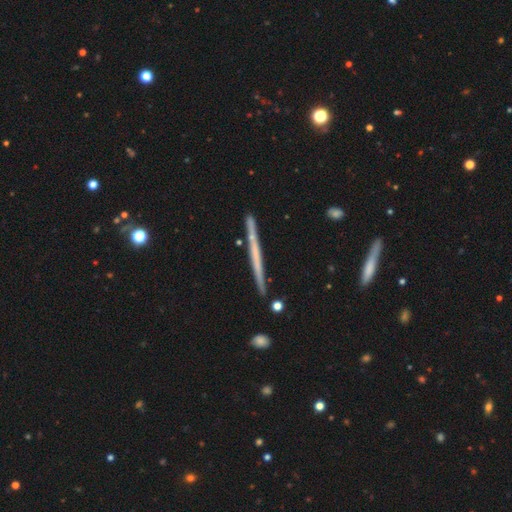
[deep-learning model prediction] A featured or disk galaxy (58%) viewed edge-on (97%) with no central bulge (87%). Merging: none (87%).